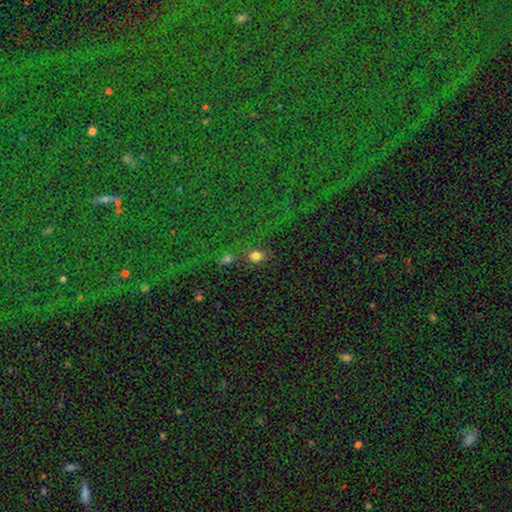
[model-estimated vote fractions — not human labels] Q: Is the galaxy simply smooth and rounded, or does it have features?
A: smooth — 72%.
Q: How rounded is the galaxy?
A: round — 71%.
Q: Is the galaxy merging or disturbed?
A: none — 72%.